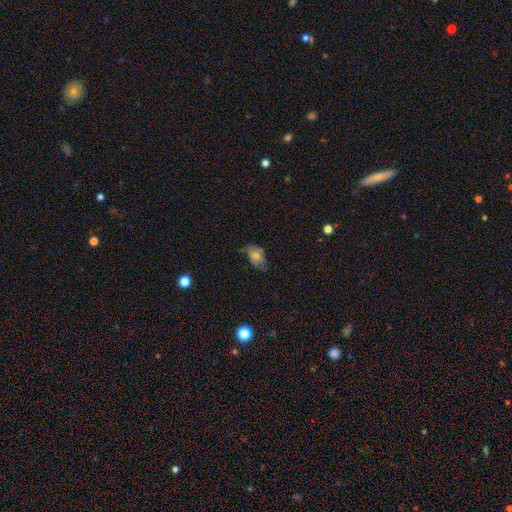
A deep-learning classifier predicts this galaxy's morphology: A smooth galaxy with no disk features (58%) that is in between round and cigar-shaped (87%). Merging: none (51%).